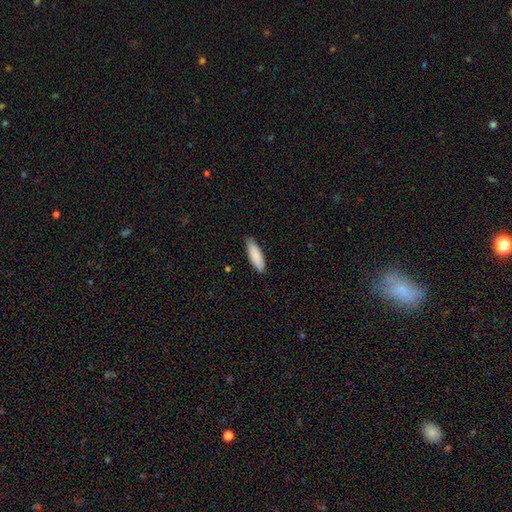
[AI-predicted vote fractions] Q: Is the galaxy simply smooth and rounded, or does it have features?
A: smooth — 88%.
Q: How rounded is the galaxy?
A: cigar-shaped — 50%.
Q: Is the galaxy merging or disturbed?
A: none — 86%.